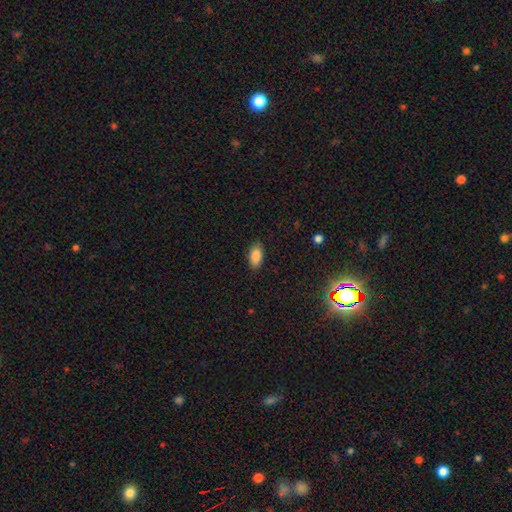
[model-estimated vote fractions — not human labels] Morphology: type=smooth (87%); roundness=in between (92%); merging=none (86%).